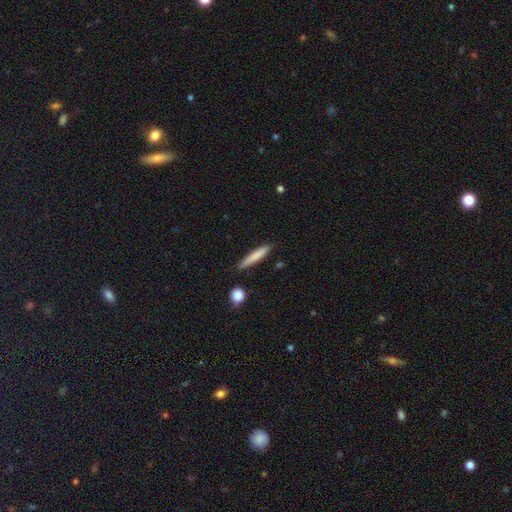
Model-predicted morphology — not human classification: Smooth or featured?
  - smooth: 77% *
  - featured or disk: 17%
  - star or artifact: 6%
How rounded?
  - cigar-shaped: 91% *
  - in between: 7%
  - round: 2%
Merging?
  - none: 83% *
  - minor disturbance: 12%
  - merger: 3%
  - major disturbance: 2%